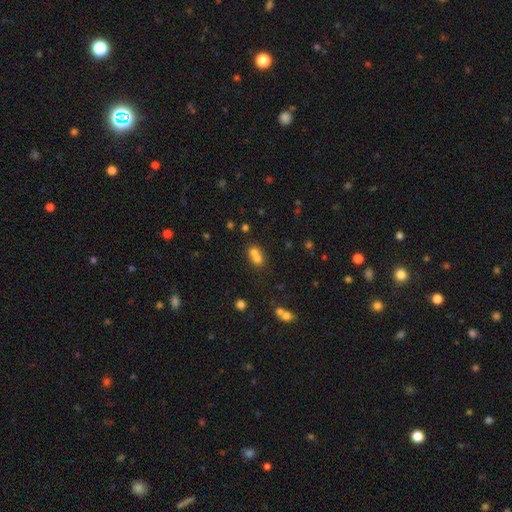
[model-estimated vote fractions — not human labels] Smooth or featured? smooth (67%)
How rounded? round (63%)
Merging? merger (64%)